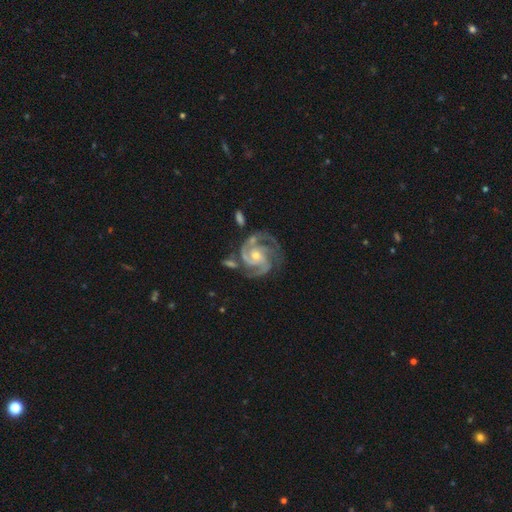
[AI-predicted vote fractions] Smooth or featured? featured or disk (94%)
Edge-on disk? no (98%)
Bar? no (63%)
Spiral arms? yes (99%)
Spiral winding? tight (56%)
Spiral arm count? 3 (52%)
Bulge size? small (48%, tied with moderate)
Merging? none (62%)